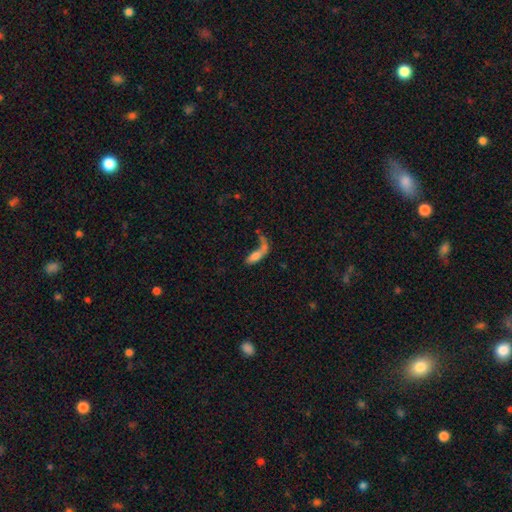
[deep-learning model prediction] The model was most divided on "merging": major disturbance: 37%, merger: 25%, none: 24%, minor disturbance: 14%. More confident: smooth or featured — smooth (58%); how rounded — in between (58%).